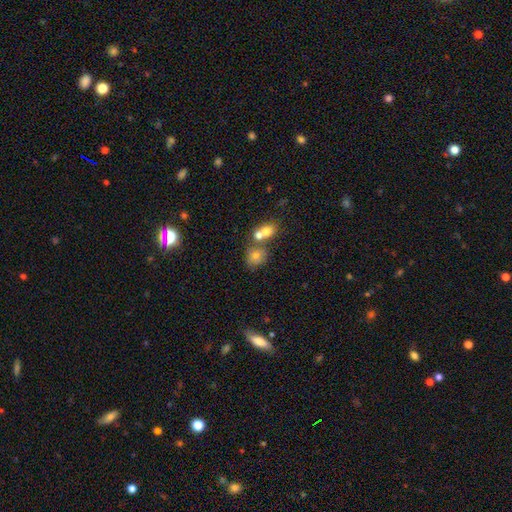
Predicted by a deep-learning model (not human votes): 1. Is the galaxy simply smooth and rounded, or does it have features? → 72% smooth, 15% featured or disk, 13% star or artifact.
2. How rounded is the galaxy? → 71% round, 28% in between, 1% cigar-shaped.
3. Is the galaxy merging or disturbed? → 44% none, 43% merger, 9% minor disturbance, 4% major disturbance.